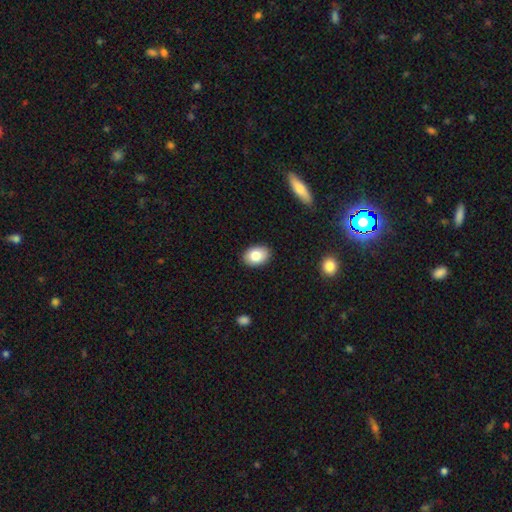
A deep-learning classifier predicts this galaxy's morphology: A smooth galaxy with no disk features (82%) that is in between round and cigar-shaped (80%).

Vote fractions:
- Smooth or featured? smooth: 82% / featured or disk: 10% / star or artifact: 7%
- How rounded? in between: 80% / round: 19% / cigar-shaped: 1%
- Merging? none: 89% / minor disturbance: 8% / major disturbance: 2% / merger: 1%